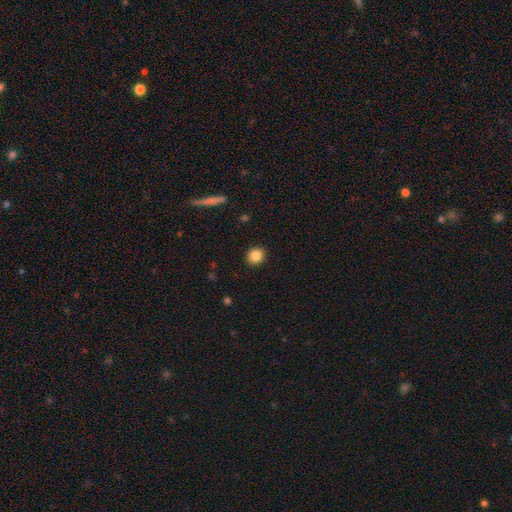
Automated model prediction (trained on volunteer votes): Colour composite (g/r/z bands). It shows a smooth galaxy with no disk features (85%) that is round (81%). Merging: none (91%).